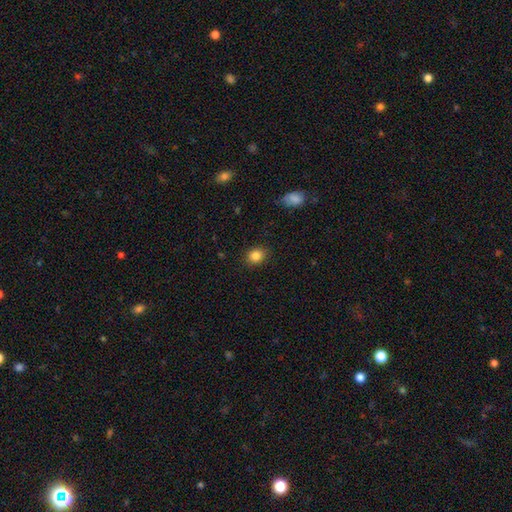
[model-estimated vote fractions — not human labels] Overall: smooth (85%). How rounded: round (65%; in between 34%). Merging: none (88%).